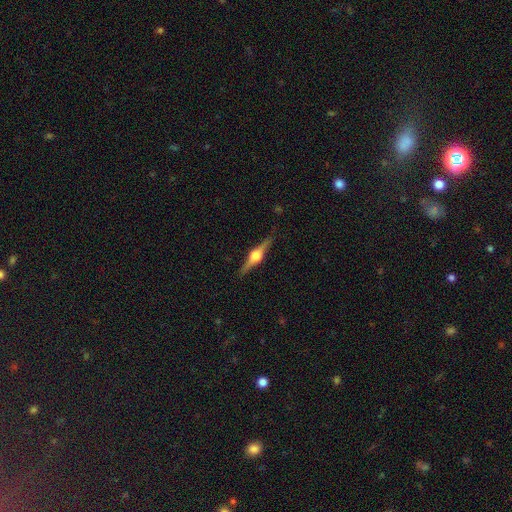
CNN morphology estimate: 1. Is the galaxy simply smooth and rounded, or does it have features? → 83% featured or disk, 11% smooth, 6% star or artifact.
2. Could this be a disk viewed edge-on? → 98% yes, 2% no.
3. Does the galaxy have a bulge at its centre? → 95% rounded, 4% boxy, 1% none.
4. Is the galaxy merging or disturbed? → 90% none, 7% minor disturbance, 2% major disturbance, 1% merger.